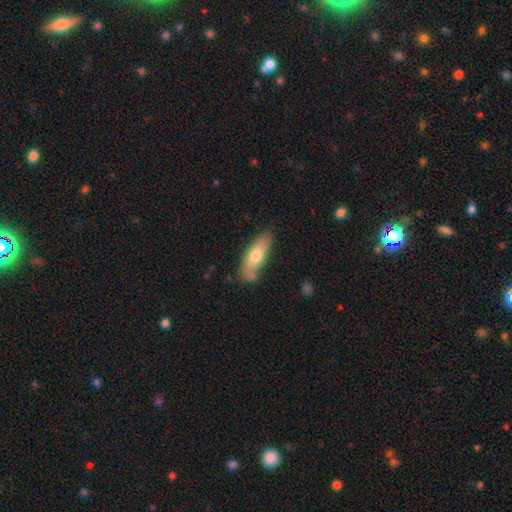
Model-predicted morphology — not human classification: The model was most divided on "how rounded": in between: 56%, cigar-shaped: 41%, round: 2%. More confident: merging — none (73%); smooth or featured — smooth (67%).